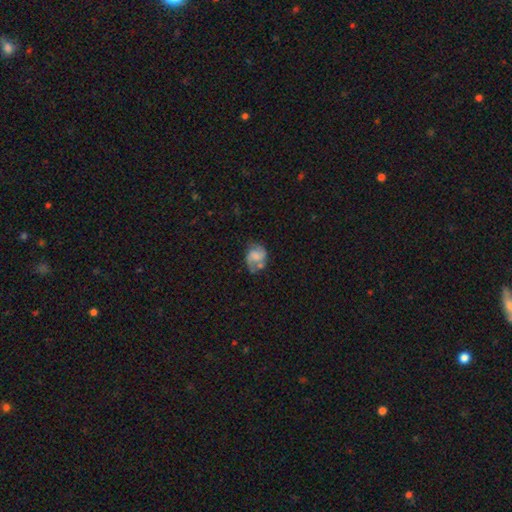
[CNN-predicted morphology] type=featured or disk (57%); edge-on=no (98%); bar=no (56%); spiral arms=yes (84%); bulge=none (32%); merging=none (47%).